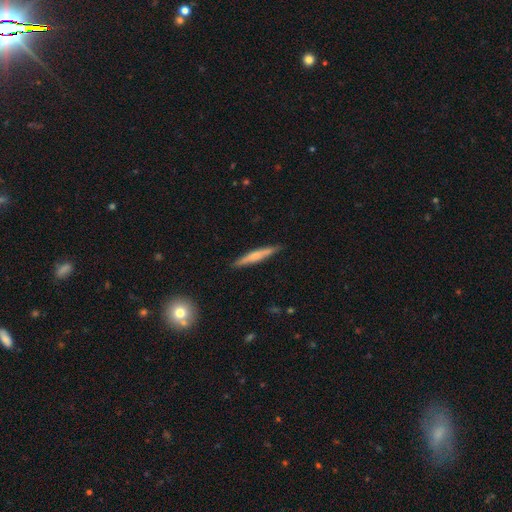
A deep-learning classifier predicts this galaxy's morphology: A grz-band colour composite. It shows a smooth galaxy with no disk features (49%). Merging: none (89%).